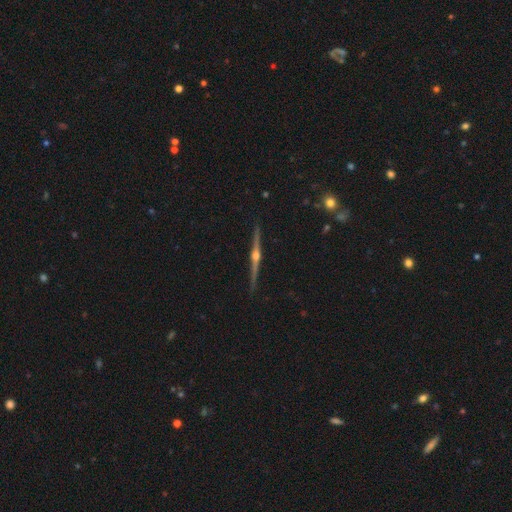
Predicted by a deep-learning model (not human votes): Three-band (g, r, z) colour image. It shows a featured or disk galaxy (88%) viewed edge-on (99%) with a rounded central bulge (95%). Merging: none (92%).